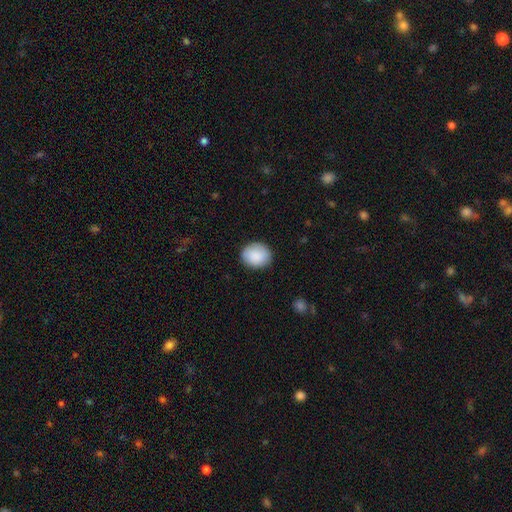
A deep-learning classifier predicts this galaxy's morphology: type=smooth (88%); roundness=round (70%); merging=none (87%).